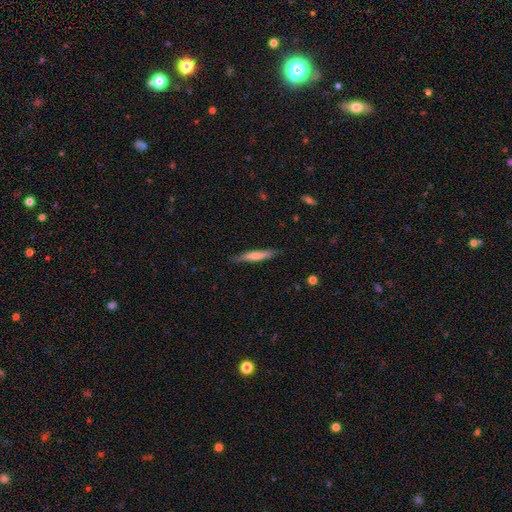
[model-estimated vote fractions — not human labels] smooth_or_featured: smooth (p=0.62) [alt: featured or disk p=0.33]
how_rounded: cigar-shaped (p=0.91) [alt: in between p=0.07]
merging: none (p=0.84) [alt: minor disturbance p=0.13]